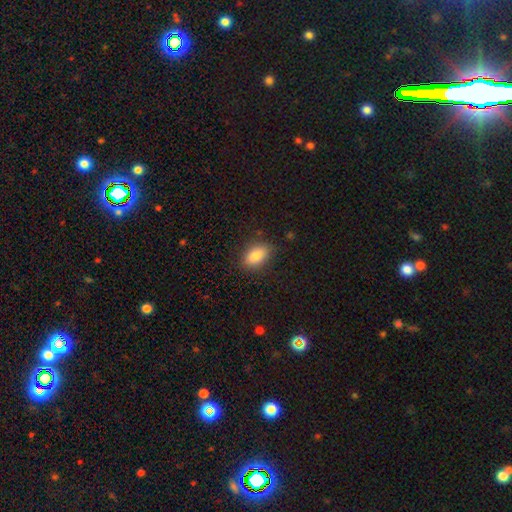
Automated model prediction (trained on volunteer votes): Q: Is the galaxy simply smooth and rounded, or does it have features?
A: smooth — 85%.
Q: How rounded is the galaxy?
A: in between — 89%.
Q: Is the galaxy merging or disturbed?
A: none — 85%.